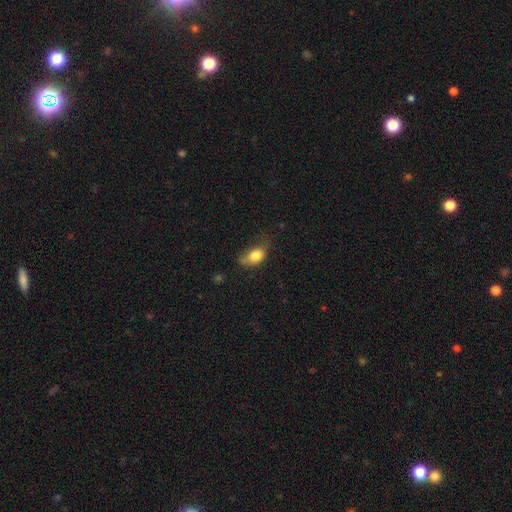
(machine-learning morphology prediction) Smooth or featured?
  - smooth: 78% *
  - featured or disk: 13%
  - star or artifact: 9%
How rounded?
  - in between: 80% *
  - round: 17%
  - cigar-shaped: 3%
Merging?
  - minor disturbance: 40% *
  - none: 32%
  - major disturbance: 25%
  - merger: 3%